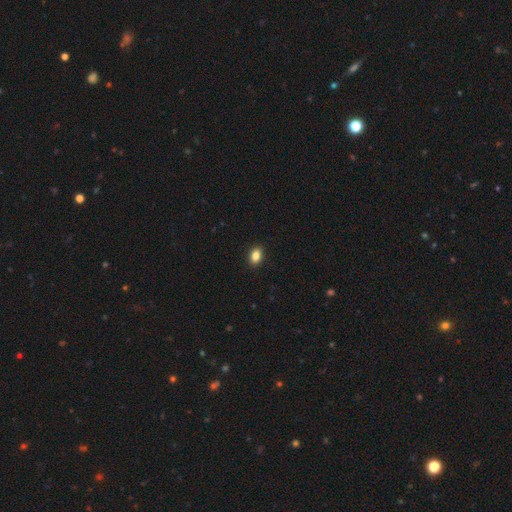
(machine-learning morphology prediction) Smooth or featured? Predicted: smooth (p=0.86). How rounded? Predicted: in between (p=0.76). Merging? Predicted: none (p=0.90).